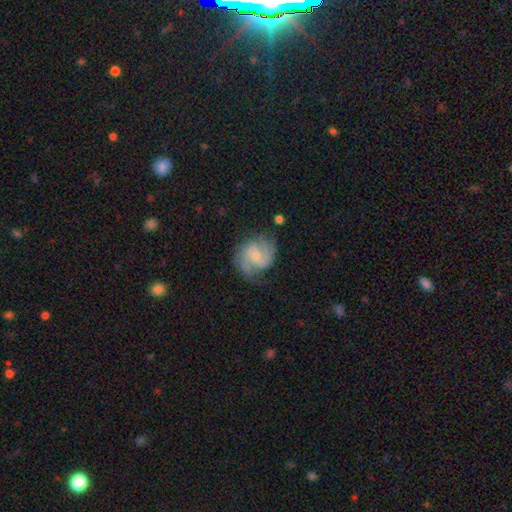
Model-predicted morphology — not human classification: Q: Smooth or featured?
A: featured or disk (82%); runner-up: smooth (13%)
Q: Edge-on disk?
A: no (98%); runner-up: yes (2%)
Q: Bar?
A: no (56%); runner-up: weak (38%)
Q: Spiral arms?
A: yes (96%); runner-up: no (4%)
Q: Spiral winding?
A: medium (49%); runner-up: tight (37%)
Q: Spiral arm count?
A: 2 (72%); runner-up: 3 (11%)
Q: Bulge size?
A: small (66%); runner-up: moderate (25%)
Q: Merging?
A: none (71%); runner-up: minor disturbance (19%)